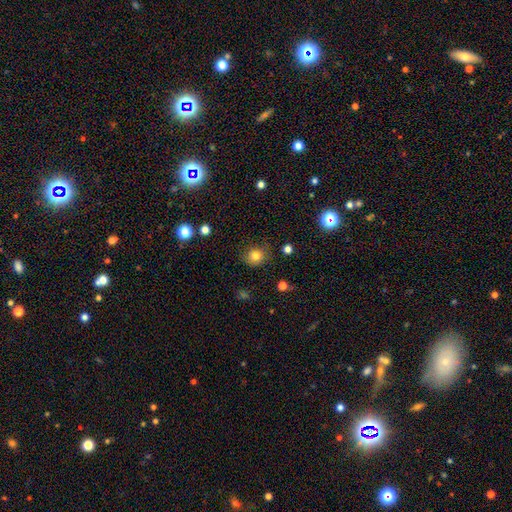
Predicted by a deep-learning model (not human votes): Smooth or featured?
  - smooth: 80% *
  - star or artifact: 13%
  - featured or disk: 7%
How rounded?
  - round: 82% *
  - in between: 17%
  - cigar-shaped: 1%
Merging?
  - none: 80% *
  - minor disturbance: 15%
  - major disturbance: 4%
  - merger: 1%